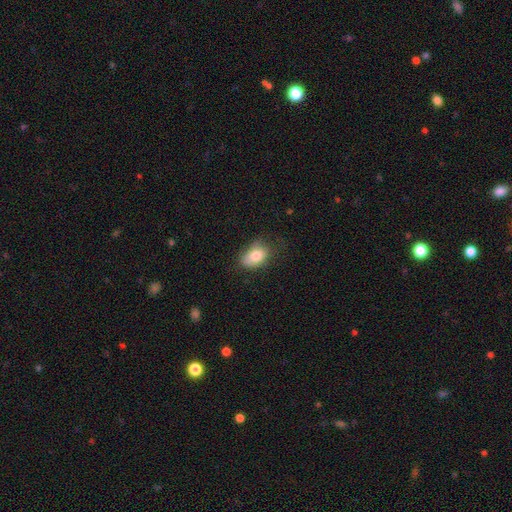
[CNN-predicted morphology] Q: Smooth or featured?
A: smooth (79%); runner-up: featured or disk (13%)
Q: How rounded?
A: in between (85%); runner-up: round (13%)
Q: Merging?
A: none (54%); runner-up: minor disturbance (32%)